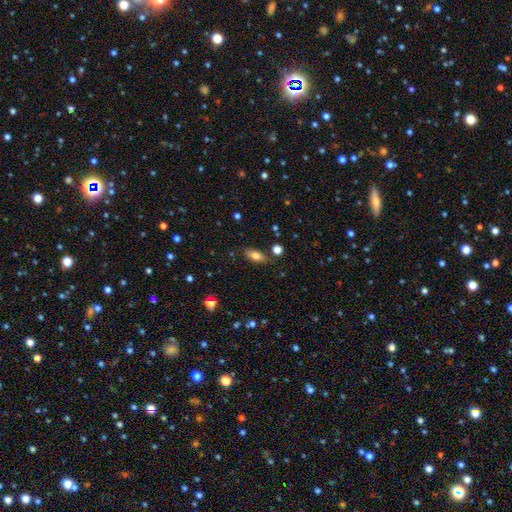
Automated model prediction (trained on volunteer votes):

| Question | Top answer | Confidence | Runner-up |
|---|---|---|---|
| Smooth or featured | smooth | 76% | featured or disk (14%) |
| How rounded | in between | 83% | cigar-shaped (13%) |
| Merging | none | 80% | minor disturbance (13%) |